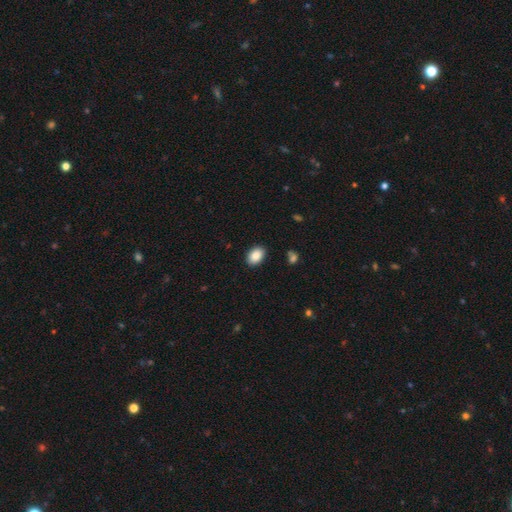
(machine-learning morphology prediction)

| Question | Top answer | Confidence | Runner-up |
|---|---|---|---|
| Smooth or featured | smooth | 88% | star or artifact (8%) |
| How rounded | in between | 84% | round (15%) |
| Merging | none | 88% | minor disturbance (8%) |